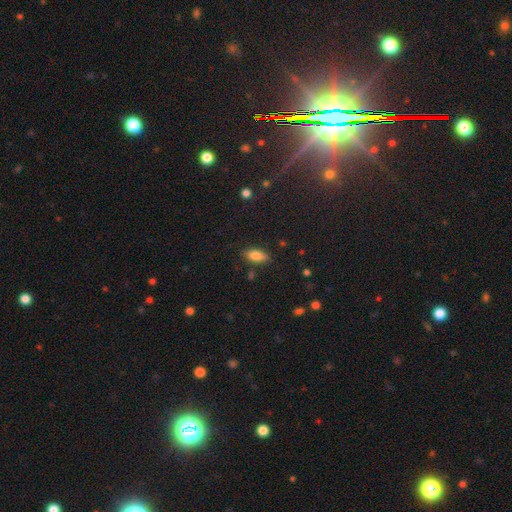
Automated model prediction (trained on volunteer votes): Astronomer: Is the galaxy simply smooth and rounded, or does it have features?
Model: smooth — 82%.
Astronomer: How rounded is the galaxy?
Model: in between — 86%.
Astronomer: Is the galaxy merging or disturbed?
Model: none — 81%.